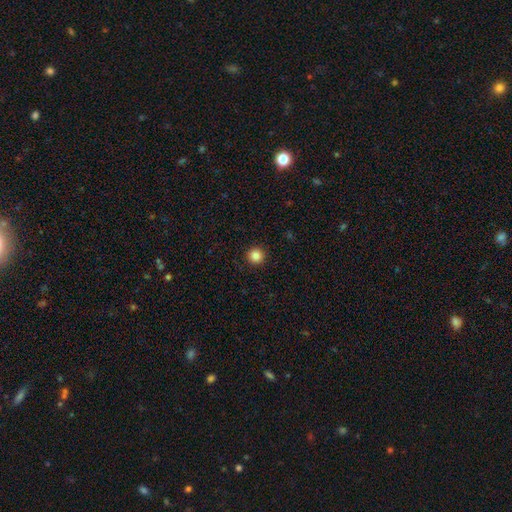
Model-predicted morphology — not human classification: This appears to be a smooth galaxy with no disk features (85%) that is round (96%). Merging: none (93%).